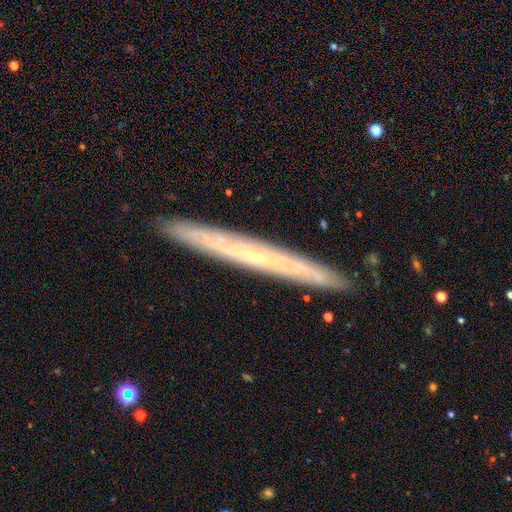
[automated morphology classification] Overall: featured or disk (69%). Edge-on disk: yes (91%). Edge-on bulge: none (60%; rounded 38%). Merging: none (90%).